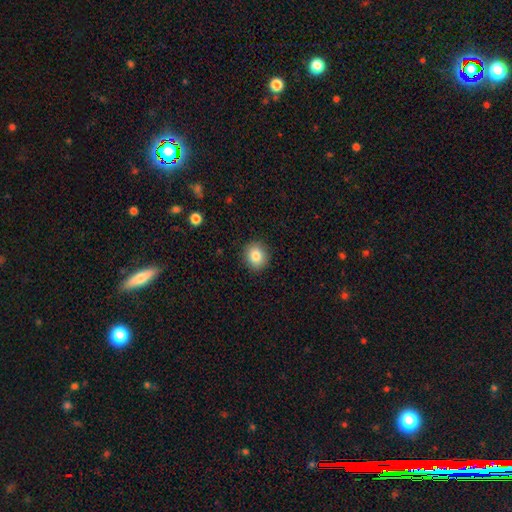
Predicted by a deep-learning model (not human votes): This appears to be a smooth galaxy with no disk features (84%) that is round (79%). Merging: none (90%).